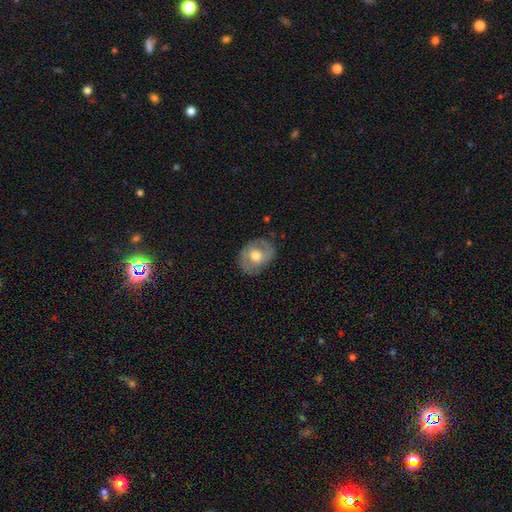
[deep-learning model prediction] Smooth or featured? Predicted: smooth (p=0.47). Merging? Predicted: none (p=0.76).